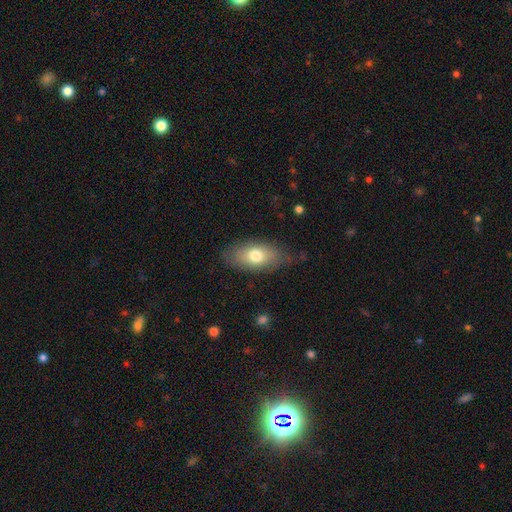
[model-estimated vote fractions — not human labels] Smooth or featured: smooth — 73% (featured or disk — 20%)
How rounded: in between — 89% (round — 6%)
Merging: none — 71% (minor disturbance — 22%)